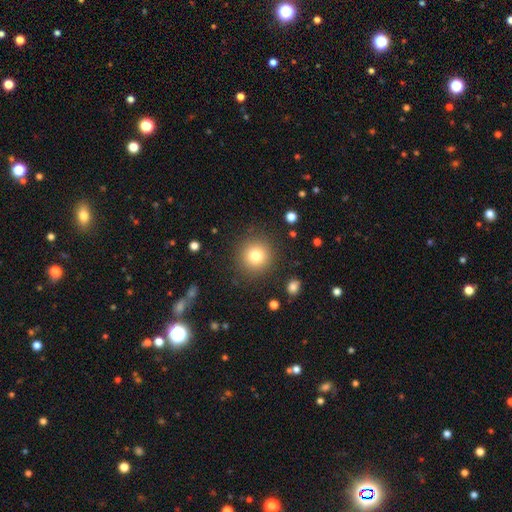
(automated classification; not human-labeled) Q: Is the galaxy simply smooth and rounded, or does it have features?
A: smooth — 79%.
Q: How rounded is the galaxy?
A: round — 93%.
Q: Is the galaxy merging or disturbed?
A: none — 88%.